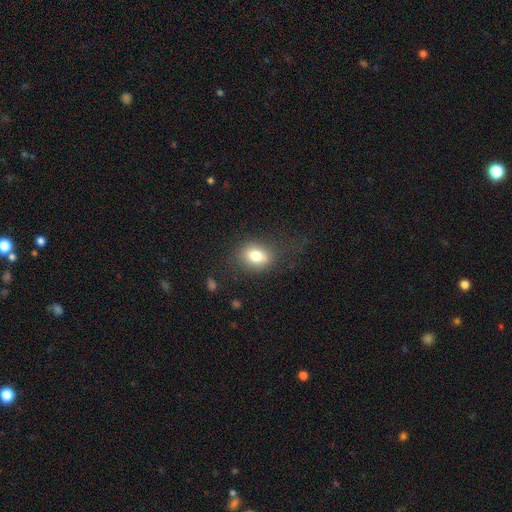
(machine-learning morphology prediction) smooth_or_featured: smooth (p=0.76) [alt: featured or disk p=0.13]
how_rounded: in between (p=0.58) [alt: round p=0.40]
merging: none (p=0.71) [alt: minor disturbance p=0.17]